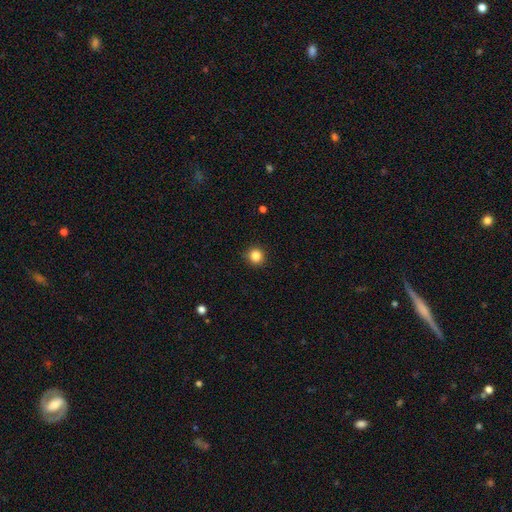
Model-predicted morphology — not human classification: type=smooth (85%); roundness=round (91%); merging=none (90%).